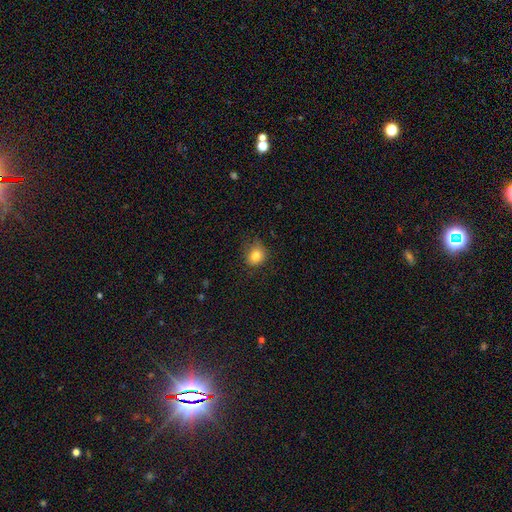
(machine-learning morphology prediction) type=smooth (82%); roundness=round (75%); merging=none (73%).